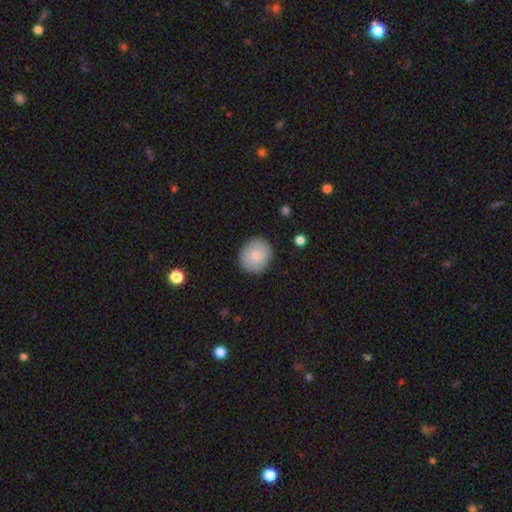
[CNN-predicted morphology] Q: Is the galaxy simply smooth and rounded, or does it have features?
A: smooth — 81%.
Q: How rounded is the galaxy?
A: round — 83%.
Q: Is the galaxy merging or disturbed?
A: none — 87%.